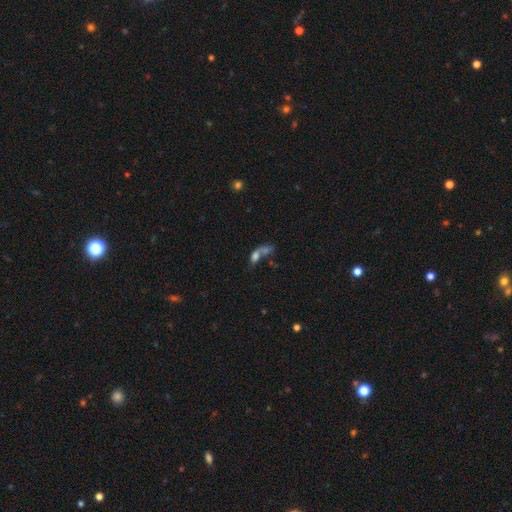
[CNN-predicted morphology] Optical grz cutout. It shows a smooth galaxy with no disk features (62%) that is in between round and cigar-shaped (73%). Merging: merger (61%).